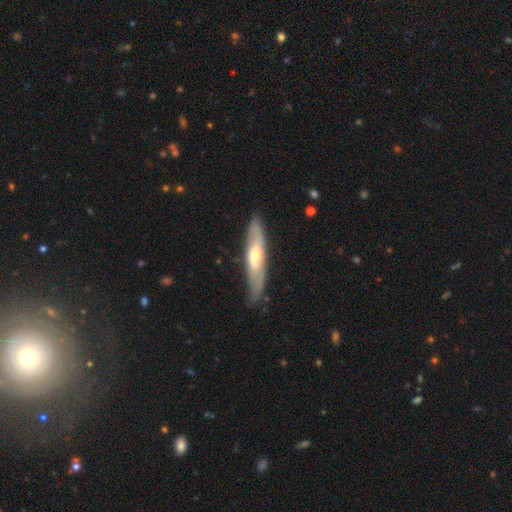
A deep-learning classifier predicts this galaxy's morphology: Smooth or featured? featured or disk (62%)
Edge-on disk? yes (58%)
Merging? none (76%)